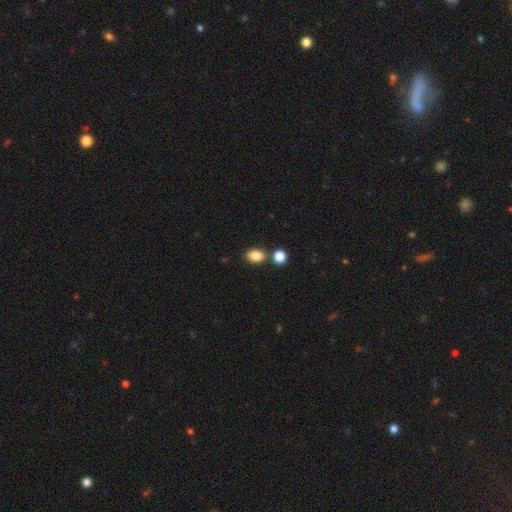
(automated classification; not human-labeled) The model was most divided on "how rounded": in between: 75%, round: 23%, cigar-shaped: 1%. More confident: smooth or featured — smooth (85%); merging — none (70%).